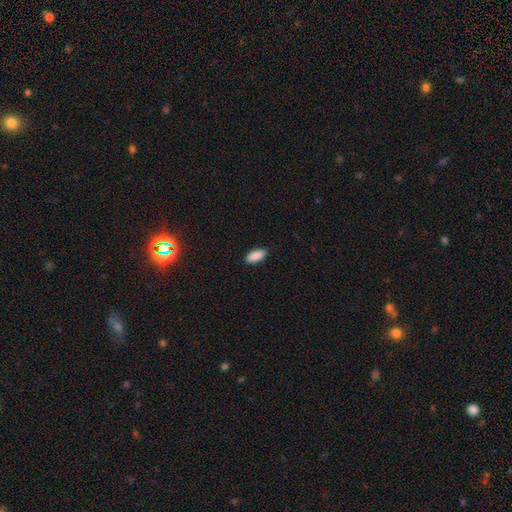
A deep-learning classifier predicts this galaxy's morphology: smooth-or-featured: smooth: 90% | star or artifact: 7% | featured or disk: 3%
  how-rounded: in between: 87% | cigar-shaped: 11% | round: 2%
  merging: none: 88% | minor disturbance: 9% | major disturbance: 2% | merger: 1%